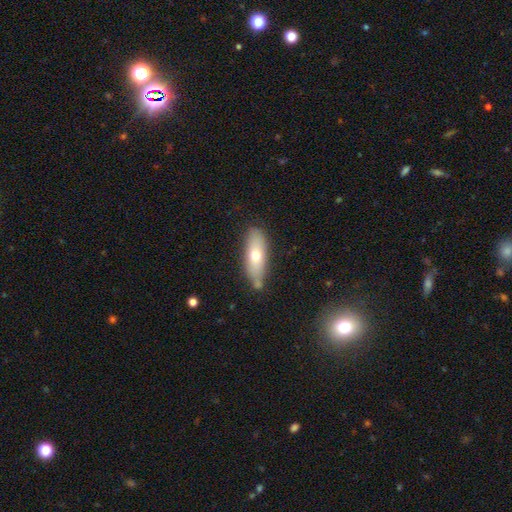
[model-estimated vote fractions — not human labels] A smooth galaxy with no disk features (61%) that is in between round and cigar-shaped (61%).

Vote fractions:
- Smooth or featured? smooth: 61% / featured or disk: 31% / star or artifact: 8%
- How rounded? in between: 61% / cigar-shaped: 36% / round: 3%
- Merging? none: 74% / minor disturbance: 16% / merger: 6% / major disturbance: 4%